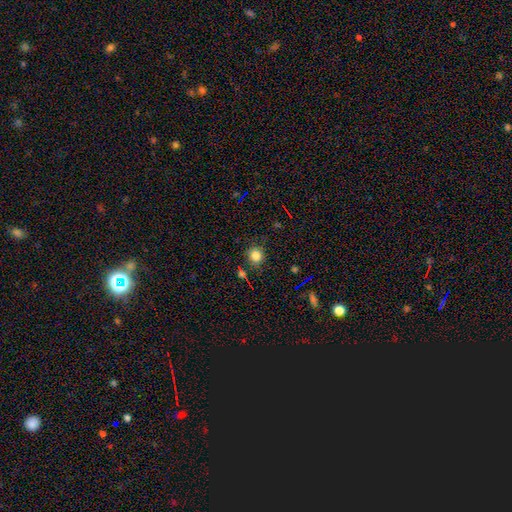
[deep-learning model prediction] smooth 80%, star or artifact 14%, featured or disk 6%. Down the decision tree: how rounded — round (87%); merging — none (82%).